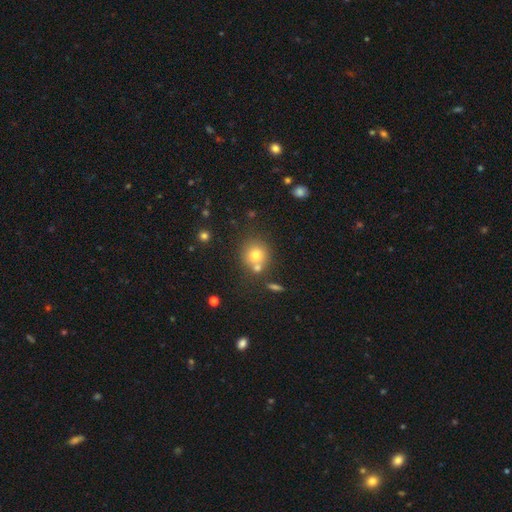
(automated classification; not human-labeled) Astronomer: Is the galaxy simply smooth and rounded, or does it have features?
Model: smooth — 74%.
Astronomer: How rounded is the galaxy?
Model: round — 86%.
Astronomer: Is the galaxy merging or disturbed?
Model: none — 60%.